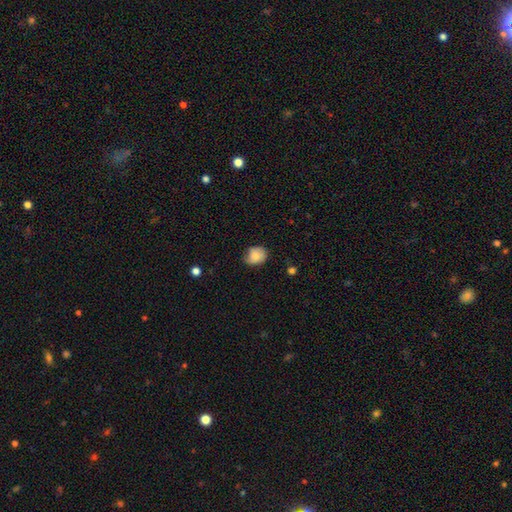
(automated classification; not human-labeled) A smooth galaxy with no disk features (69%) that is round (52%).

Vote fractions:
- Smooth or featured? smooth: 69% / featured or disk: 23% / star or artifact: 8%
- How rounded? round: 52% / in between: 47% / cigar-shaped: 1%
- Merging? none: 59% / minor disturbance: 33% / major disturbance: 7% / merger: 1%